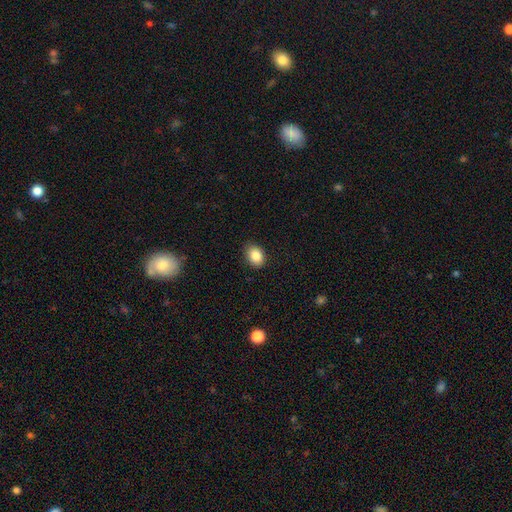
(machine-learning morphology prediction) Smooth or featured? smooth (85%)
How rounded? in between (70%)
Merging? none (86%)